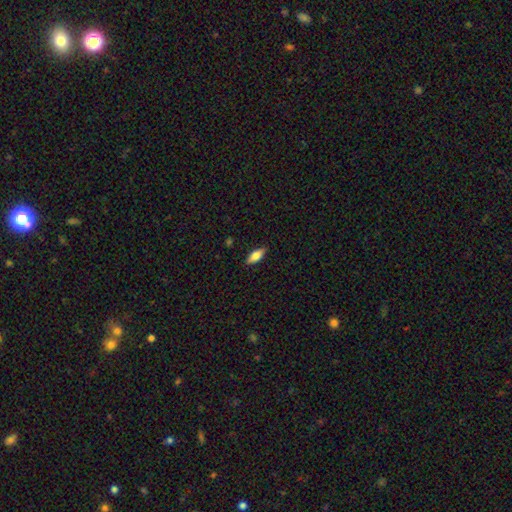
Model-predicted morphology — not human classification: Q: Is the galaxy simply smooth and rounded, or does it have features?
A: smooth — 71%.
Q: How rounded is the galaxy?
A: in between — 76%.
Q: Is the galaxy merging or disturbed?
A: none — 87%.